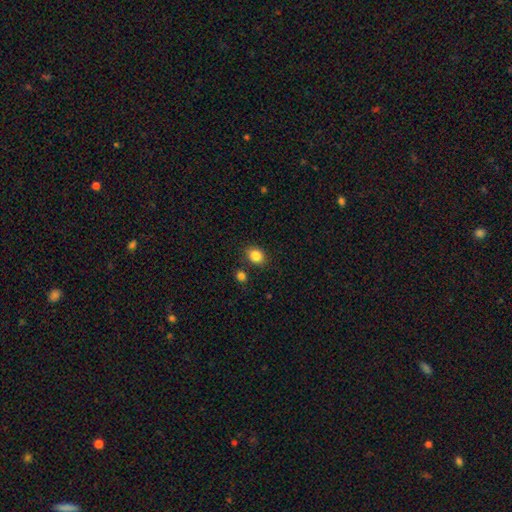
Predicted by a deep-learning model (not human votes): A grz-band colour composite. It shows a smooth galaxy with no disk features (86%) that is round (60%). Merging: none (82%).